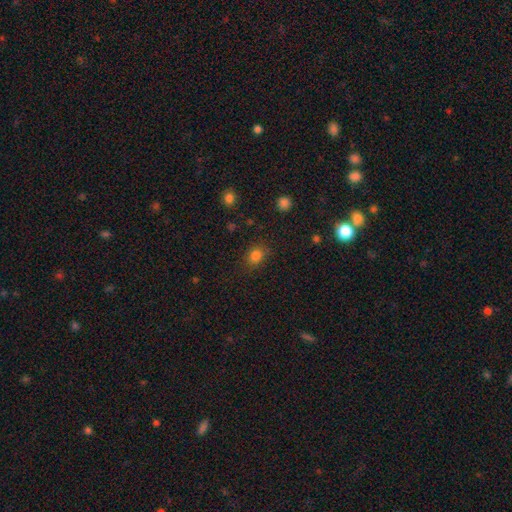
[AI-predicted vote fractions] smooth-or-featured: smooth: 81% | star or artifact: 13% | featured or disk: 5%
  how-rounded: round: 60% | in between: 39% | cigar-shaped: 1%
  merging: none: 82% | minor disturbance: 13% | major disturbance: 4% | merger: 2%